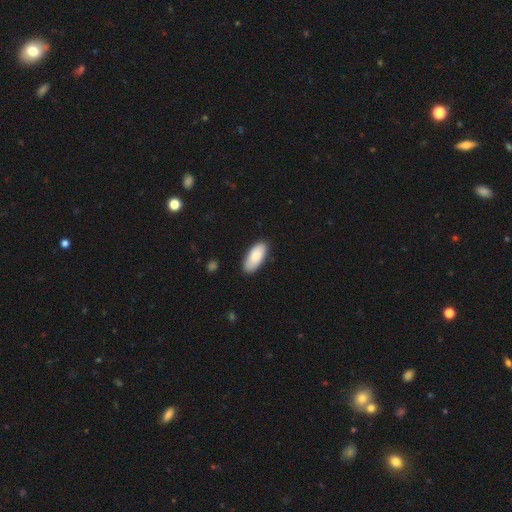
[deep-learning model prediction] This is clearly a smooth galaxy (86%). How rounded: clearly in between (88%). Merging: clearly none (84%).